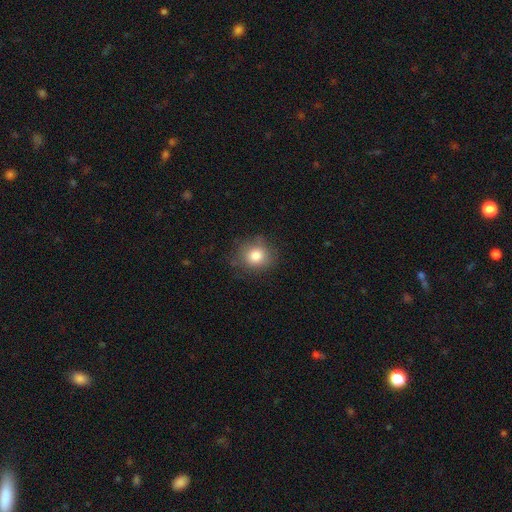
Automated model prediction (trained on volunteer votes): Smooth or featured? Predicted: smooth (p=0.82). How rounded? Predicted: round (p=0.79). Merging? Predicted: none (p=0.76).